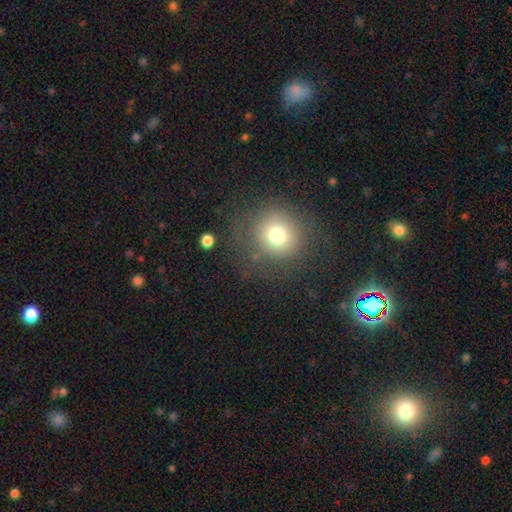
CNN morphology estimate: Smooth or featured? Predicted: smooth (p=0.65). How rounded? Predicted: round (p=0.91). Merging? Predicted: none (p=0.82).